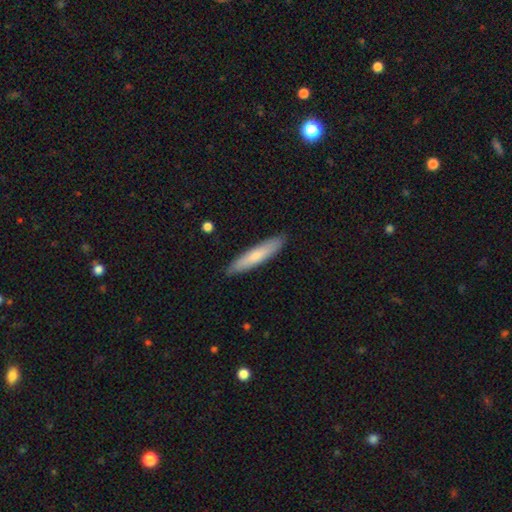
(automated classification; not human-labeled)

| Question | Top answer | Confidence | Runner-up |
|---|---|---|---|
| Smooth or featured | smooth | 72% | featured or disk (23%) |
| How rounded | cigar-shaped | 86% | in between (12%) |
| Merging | none | 89% | minor disturbance (8%) |